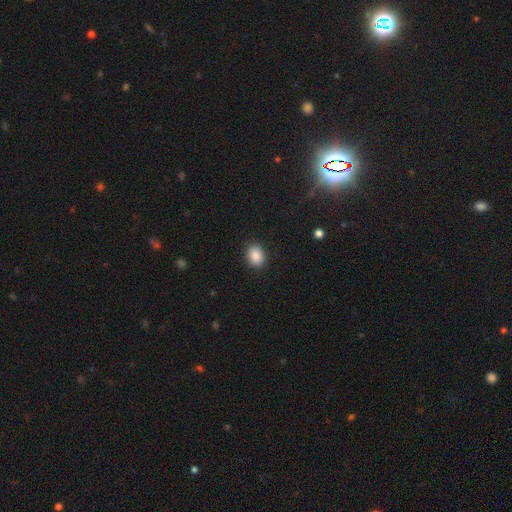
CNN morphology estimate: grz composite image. It shows a smooth galaxy with no disk features (88%) that is in between round and cigar-shaped (63%). Merging: none (89%).